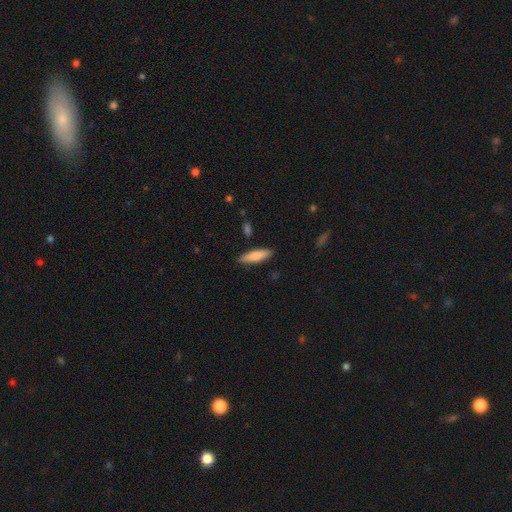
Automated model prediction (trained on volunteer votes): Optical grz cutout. It shows a smooth galaxy with no disk features (76%) that is cigar-shaped (65%). Merging: none (86%).